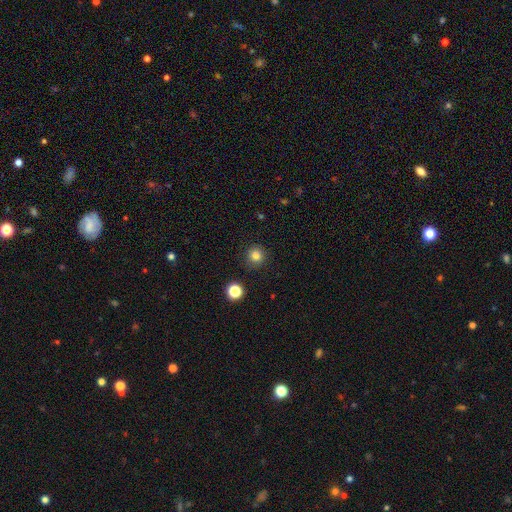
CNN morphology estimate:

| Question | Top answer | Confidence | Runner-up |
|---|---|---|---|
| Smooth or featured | smooth | 82% | star or artifact (13%) |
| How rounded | round | 94% | in between (5%) |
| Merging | none | 91% | minor disturbance (6%) |